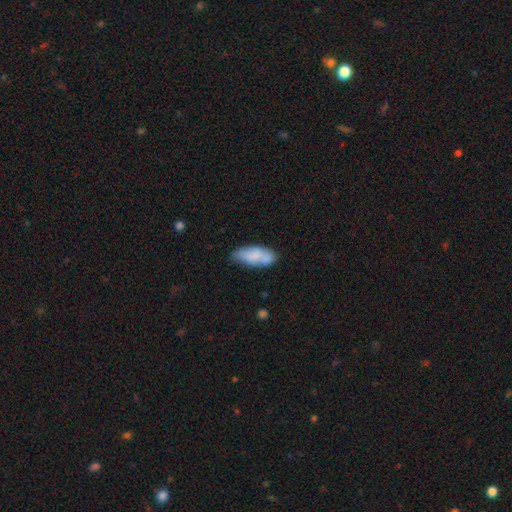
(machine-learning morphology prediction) smooth 75%, featured or disk 18%, star or artifact 7%. Down the decision tree: how rounded — in between (78%); merging — none (56%).